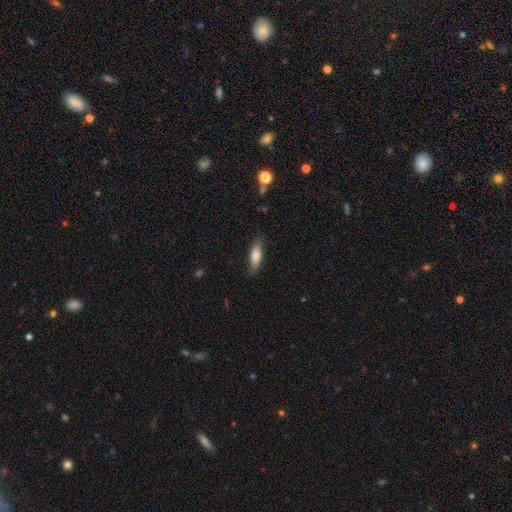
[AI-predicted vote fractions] Smooth or featured? Predicted: smooth (p=0.79). How rounded? Predicted: cigar-shaped (p=0.53). Merging? Predicted: none (p=0.82).